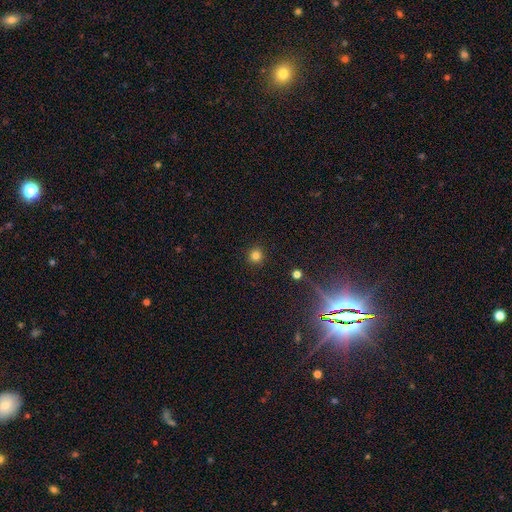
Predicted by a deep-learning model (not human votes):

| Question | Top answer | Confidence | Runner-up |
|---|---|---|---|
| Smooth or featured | smooth | 80% | star or artifact (15%) |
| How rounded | round | 92% | in between (7%) |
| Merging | none | 91% | minor disturbance (6%) |